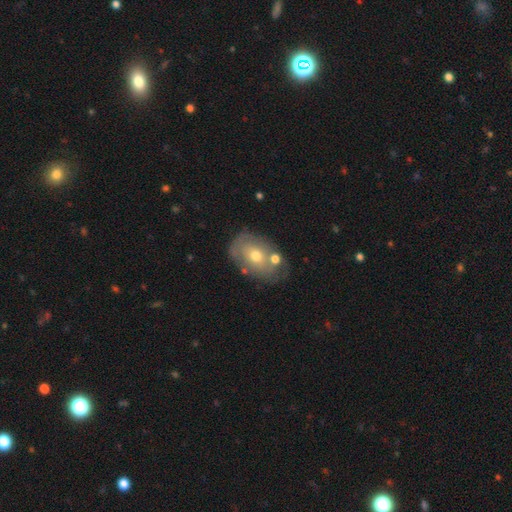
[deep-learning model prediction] Morphology: type=featured or disk (46%); merging=none (62%).